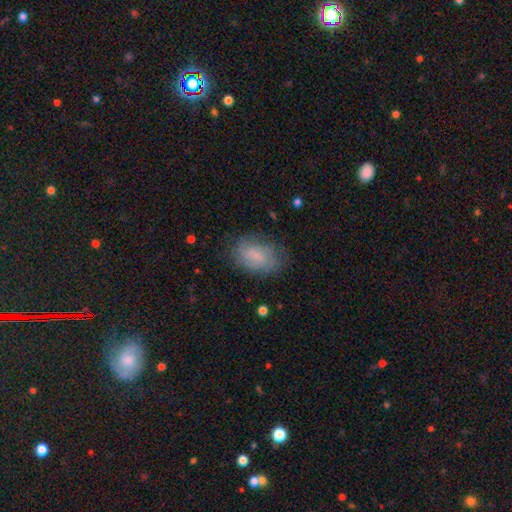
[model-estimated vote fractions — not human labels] Morphology: type=smooth (67%); roundness=in between (88%); merging=none (69%).